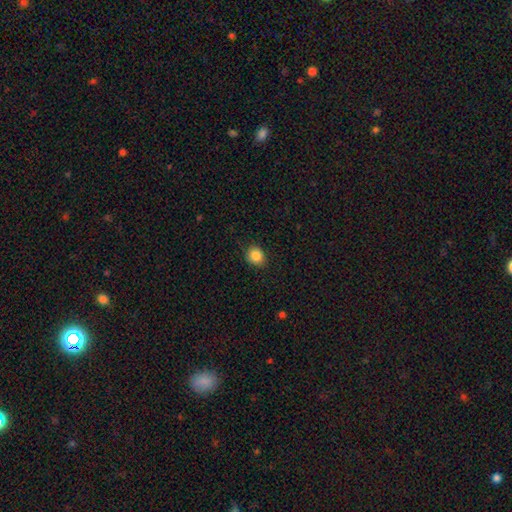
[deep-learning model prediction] This is clearly a smooth galaxy (86%). How rounded: likely round (75%). Merging: clearly none (90%).